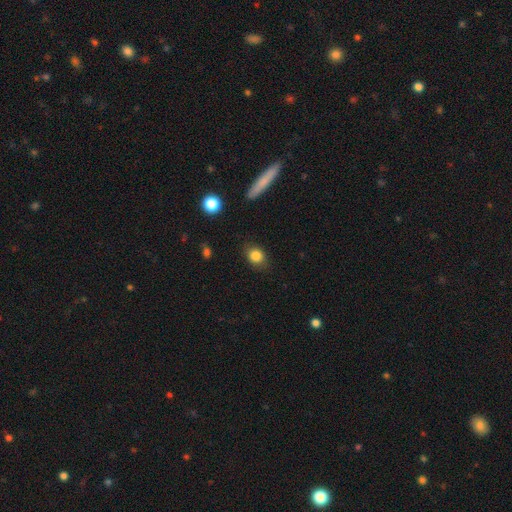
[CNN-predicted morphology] A smooth galaxy with no disk features (84%) that is in between round and cigar-shaped (49%, tied with round). Merging: none (81%).